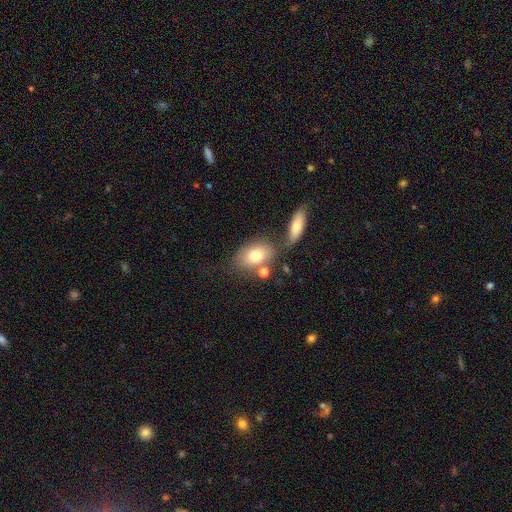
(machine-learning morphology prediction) A smooth galaxy with no disk features (75%) that is in between round and cigar-shaped (79%). Merging: none (59%).